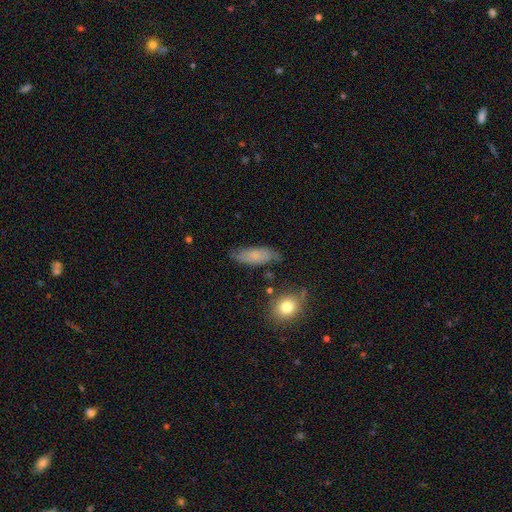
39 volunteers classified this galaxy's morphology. This appears to be a smooth galaxy with no disk features (64%) that is in between round and cigar-shaped (76%). Merging: none (64%).